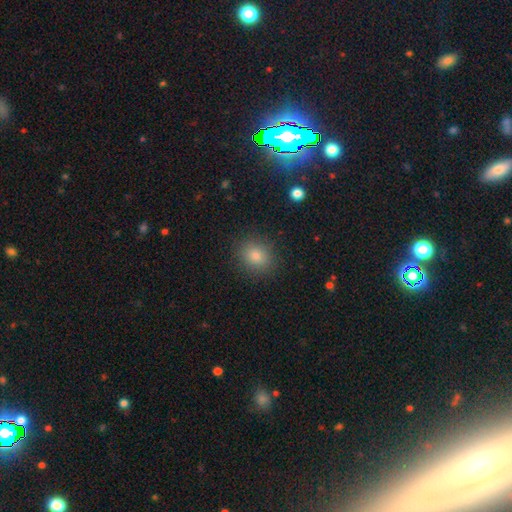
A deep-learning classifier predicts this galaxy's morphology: This appears to be a smooth galaxy with no disk features (79%) that is round (69%). Merging: none (89%).